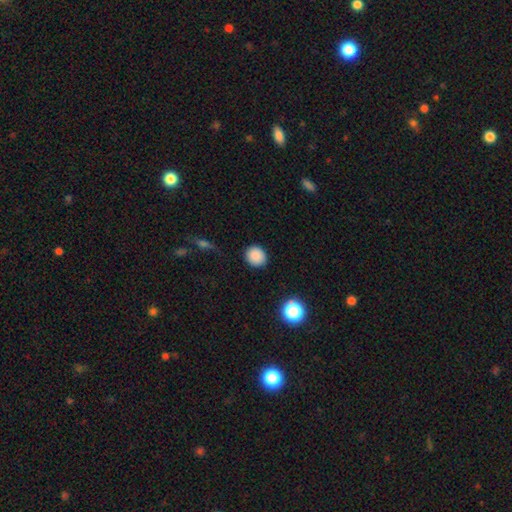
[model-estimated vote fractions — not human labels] Smooth or featured? smooth (87%)
How rounded? round (81%)
Merging? none (89%)